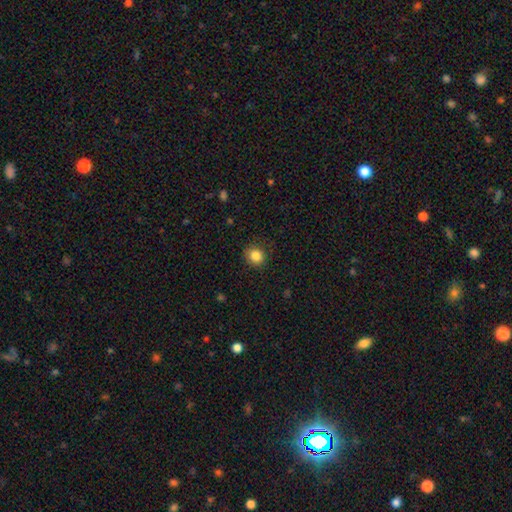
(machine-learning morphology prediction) smooth-or-featured: smooth: 85% | star or artifact: 10% | featured or disk: 5%
  how-rounded: round: 77% | in between: 22% | cigar-shaped: 1%
  merging: none: 87% | minor disturbance: 9% | major disturbance: 3% | merger: 1%